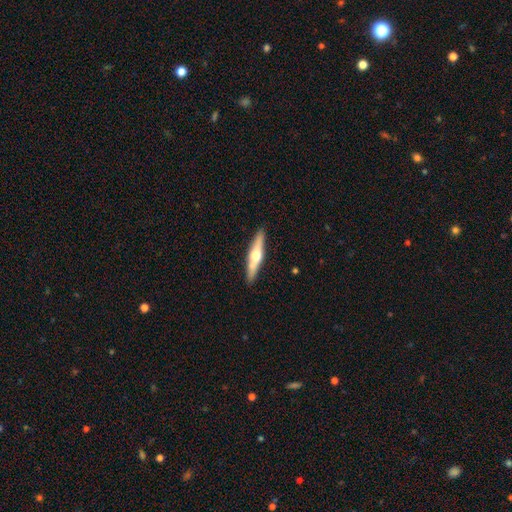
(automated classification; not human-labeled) Q: Smooth or featured?
A: featured or disk (59%); runner-up: smooth (35%)
Q: Edge-on disk?
A: yes (96%); runner-up: no (4%)
Q: Edge-on bulge?
A: rounded (92%); runner-up: boxy (4%)
Q: Merging?
A: none (90%); runner-up: minor disturbance (7%)